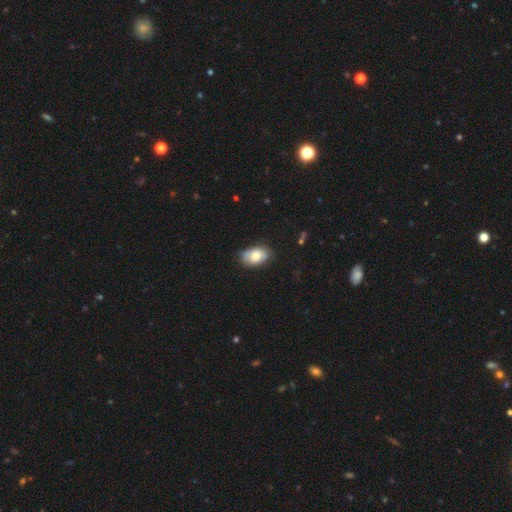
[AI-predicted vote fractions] smooth 72%, featured or disk 20%, star or artifact 8%. Down the decision tree: how rounded — in between (85%); merging — none (68%).